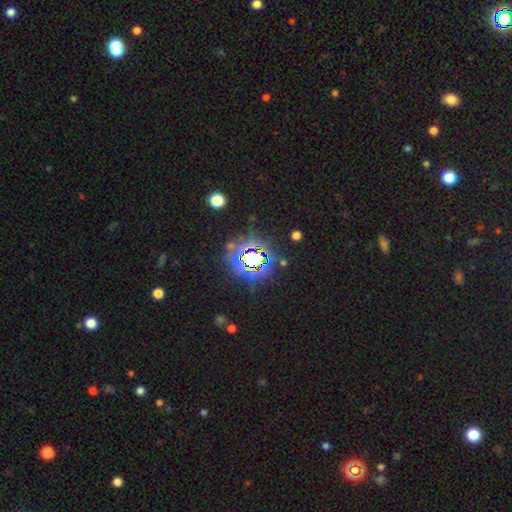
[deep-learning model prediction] This is likely a star or artifact rather than a galaxy (78%).